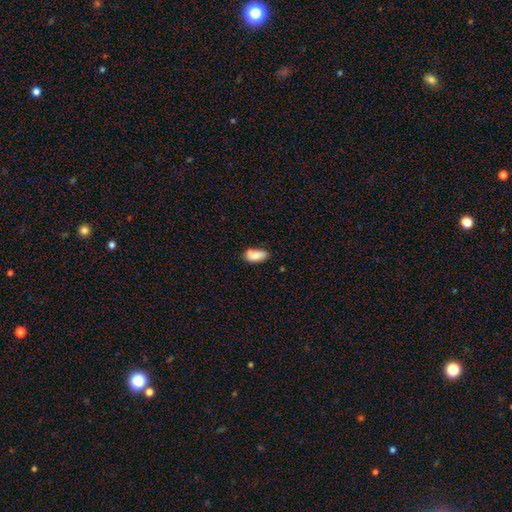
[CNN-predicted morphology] smooth 80%, featured or disk 12%, star or artifact 8%. Down the decision tree: how rounded — in between (87%); merging — none (53%).